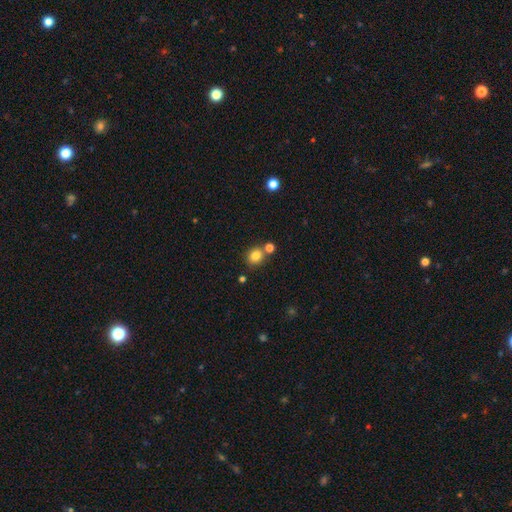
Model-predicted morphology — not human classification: This is clearly a smooth galaxy (82%). How rounded: likely round (79%). Merging: likely none (67%).